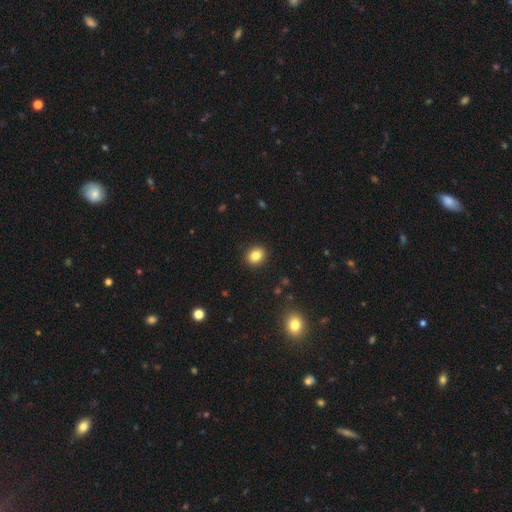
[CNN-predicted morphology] The model was most divided on "how rounded": round: 58%, in between: 41%, cigar-shaped: 1%. More confident: merging — none (91%); smooth or featured — smooth (84%).